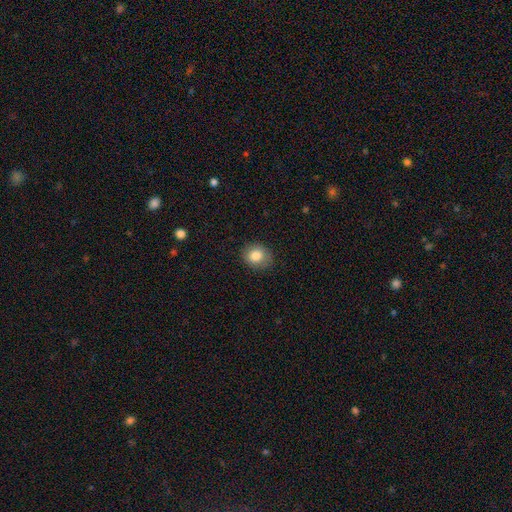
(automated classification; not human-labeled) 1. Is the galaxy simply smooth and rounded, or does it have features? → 82% smooth, 9% star or artifact, 8% featured or disk.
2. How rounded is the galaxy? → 64% round, 35% in between, 1% cigar-shaped.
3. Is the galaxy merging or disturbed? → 81% none, 15% minor disturbance, 4% major disturbance, 1% merger.